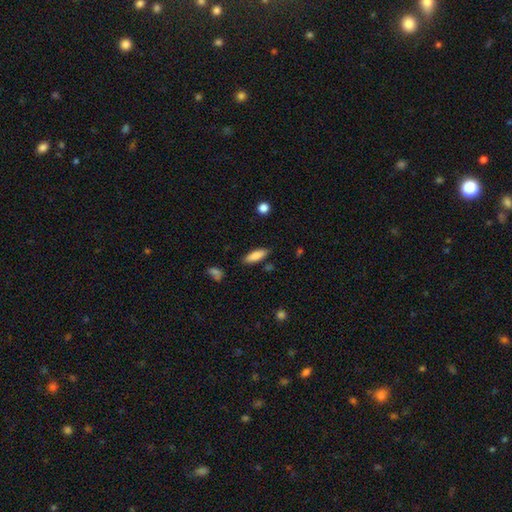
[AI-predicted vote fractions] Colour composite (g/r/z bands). It shows a smooth galaxy with no disk features (83%) that is in between round and cigar-shaped (53%). Merging: none (85%).